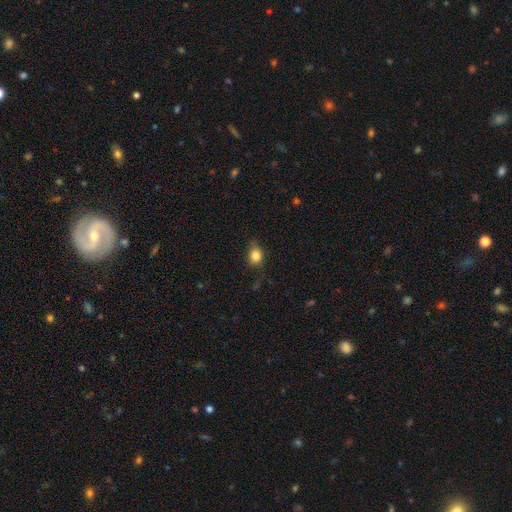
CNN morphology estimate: Smooth or featured: smooth — 83% (star or artifact — 10%)
How rounded: round — 53% (in between — 46%)
Merging: none — 69% (minor disturbance — 24%)